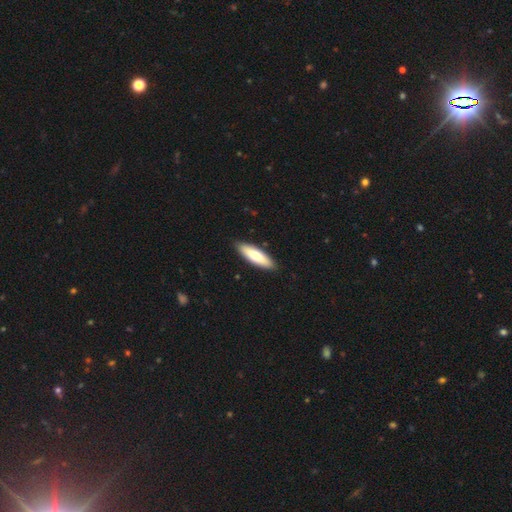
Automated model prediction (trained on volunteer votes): A smooth galaxy with no disk features (75%) that is cigar-shaped (52%). Merging: none (89%).